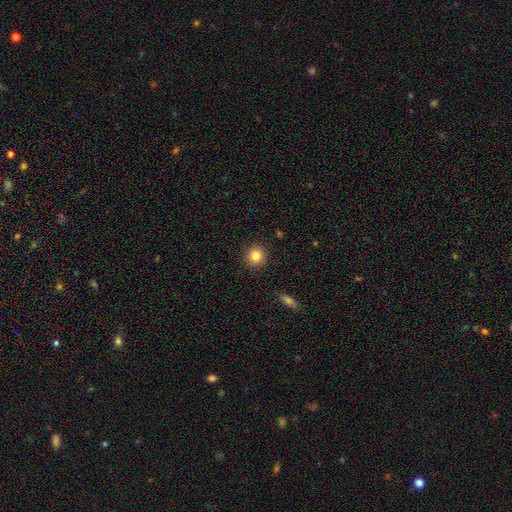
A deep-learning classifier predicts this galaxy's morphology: A smooth galaxy with no disk features (84%) that is round (92%). Merging: none (91%).